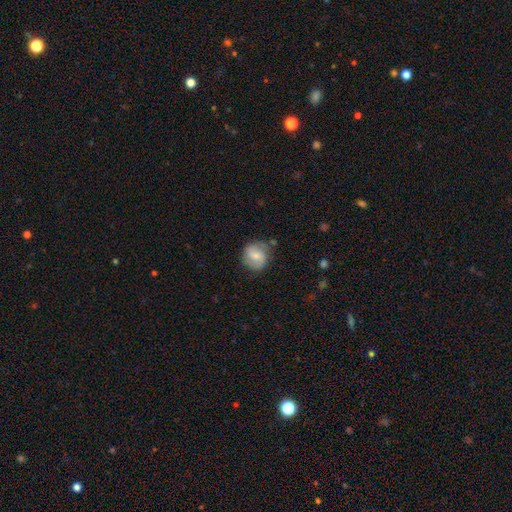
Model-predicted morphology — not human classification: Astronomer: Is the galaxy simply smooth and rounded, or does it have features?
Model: smooth — 50% (runner-up: featured or disk, 43%).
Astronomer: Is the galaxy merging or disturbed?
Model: none — 71%.